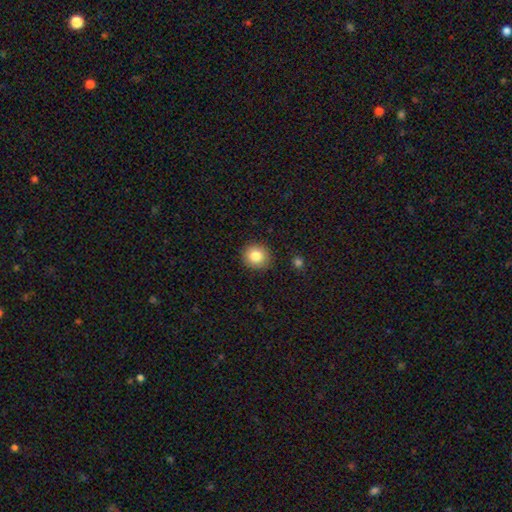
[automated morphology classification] Smooth or featured? smooth (83%)
How rounded? round (86%)
Merging? none (90%)